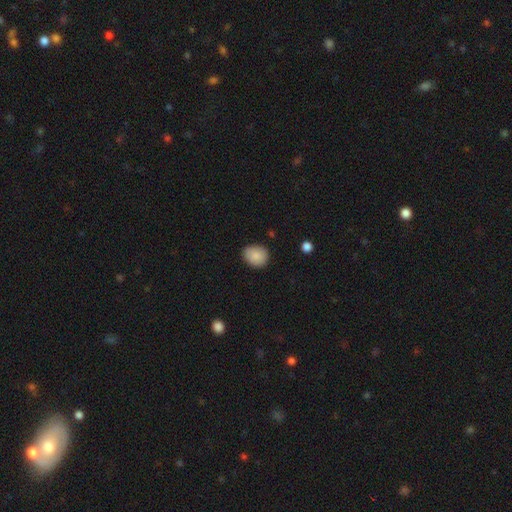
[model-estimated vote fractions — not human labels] smooth-or-featured: smooth: 87% | star or artifact: 7% | featured or disk: 6%
  how-rounded: round: 54% | in between: 45% | cigar-shaped: 1%
  merging: none: 83% | minor disturbance: 13% | major disturbance: 2% | merger: 1%